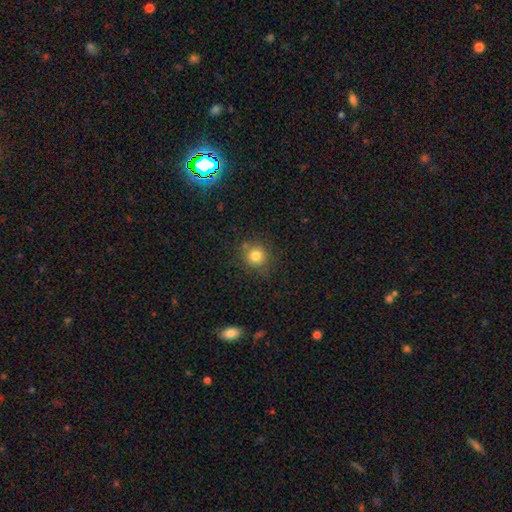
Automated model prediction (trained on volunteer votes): Overall: smooth (80%). How rounded: round (90%). Merging: none (77%).